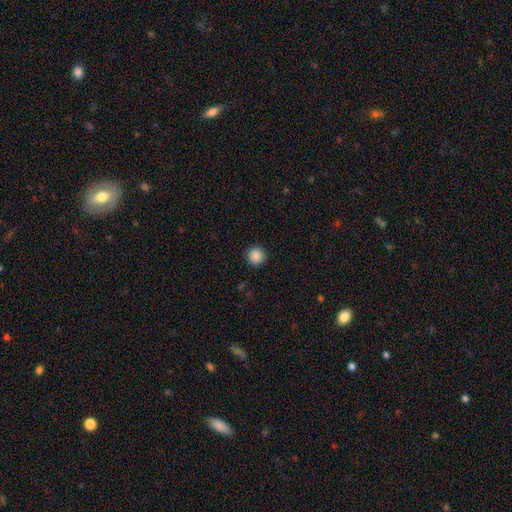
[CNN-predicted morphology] smooth-or-featured: smooth: 88% | star or artifact: 9% | featured or disk: 3%
  how-rounded: round: 96% | in between: 3% | cigar-shaped: 1%
  merging: none: 92% | minor disturbance: 5% | major disturbance: 2% | merger: 1%